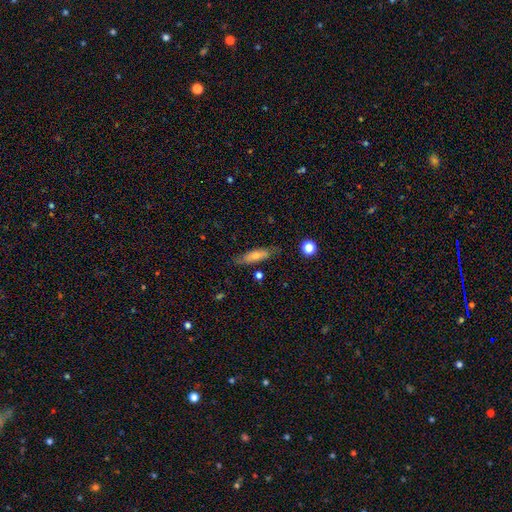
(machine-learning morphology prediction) smooth-or-featured: smooth: 68% | featured or disk: 25% | star or artifact: 7%
  how-rounded: cigar-shaped: 59% | in between: 39% | round: 2%
  merging: none: 75% | minor disturbance: 18% | major disturbance: 5% | merger: 3%